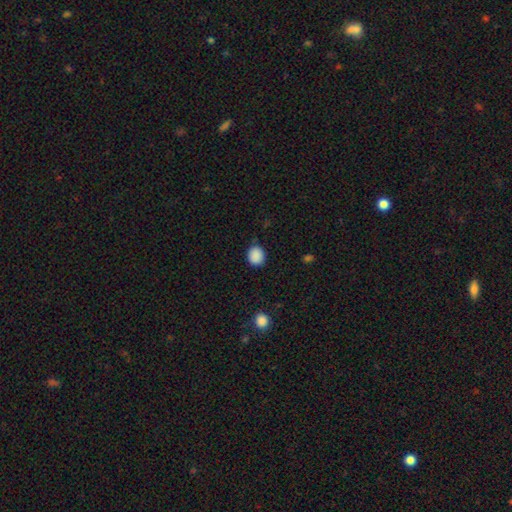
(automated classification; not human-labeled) Q: Smooth or featured?
A: smooth (89%); runner-up: star or artifact (9%)
Q: How rounded?
A: round (75%); runner-up: in between (24%)
Q: Merging?
A: none (86%); runner-up: minor disturbance (10%)